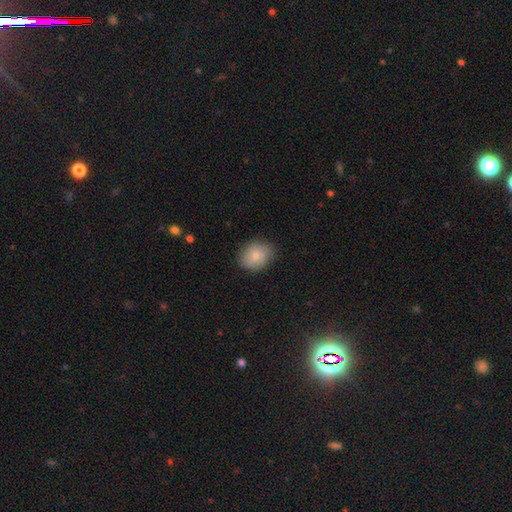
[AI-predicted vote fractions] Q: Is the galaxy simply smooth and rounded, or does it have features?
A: smooth — 65%.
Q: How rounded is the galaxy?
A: round — 60%.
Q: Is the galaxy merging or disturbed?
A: none — 75%.